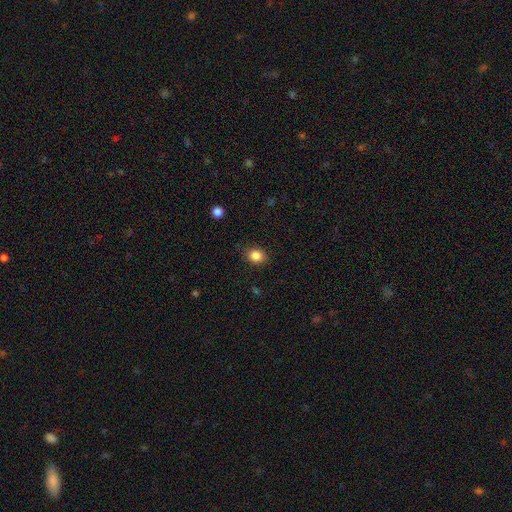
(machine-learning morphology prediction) Q: Smooth or featured?
A: smooth (86%); runner-up: star or artifact (10%)
Q: How rounded?
A: round (54%); runner-up: in between (45%)
Q: Merging?
A: none (85%); runner-up: minor disturbance (11%)